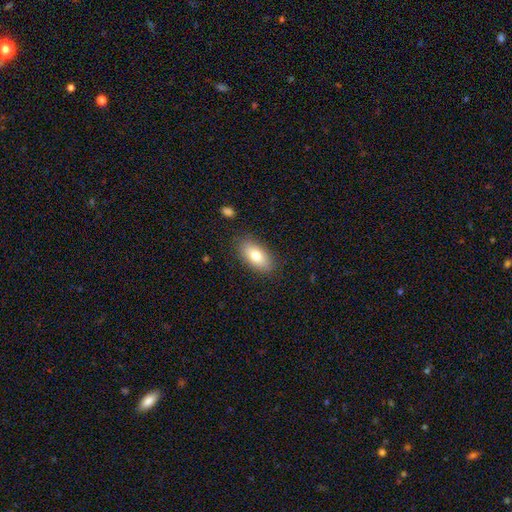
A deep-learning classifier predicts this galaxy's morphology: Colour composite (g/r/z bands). It shows a smooth galaxy with no disk features (78%) that is in between round and cigar-shaped (90%). Merging: none (85%).